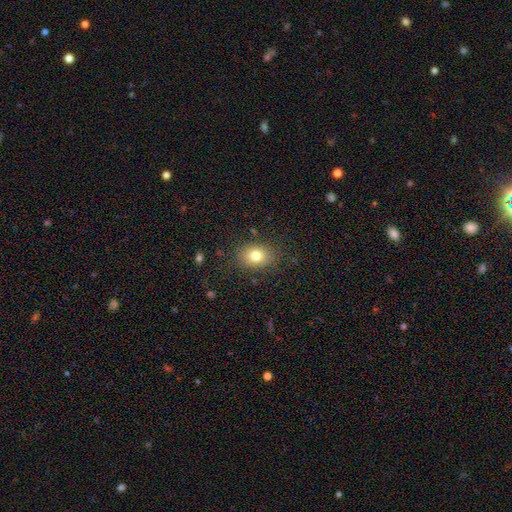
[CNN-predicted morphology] A smooth galaxy with no disk features (77%) that is in between round and cigar-shaped (54%). Merging: none (84%).